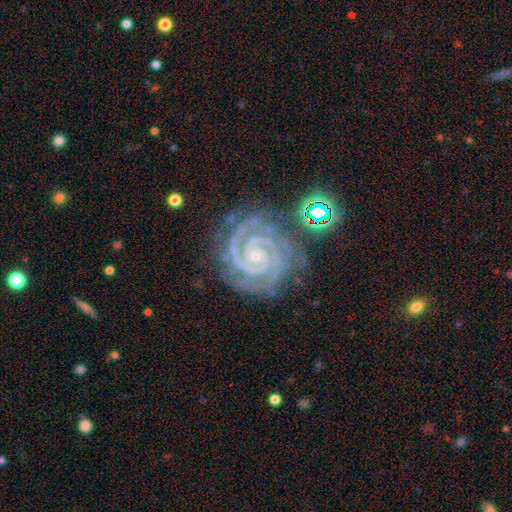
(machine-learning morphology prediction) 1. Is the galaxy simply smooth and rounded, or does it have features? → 94% featured or disk, 4% star or artifact, 2% smooth.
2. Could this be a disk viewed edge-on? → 98% no, 2% yes.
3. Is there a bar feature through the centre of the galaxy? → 68% no, 20% weak, 12% strong.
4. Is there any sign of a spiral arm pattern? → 99% yes, 1% no.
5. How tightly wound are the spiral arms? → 87% tight, 12% medium, 1% loose.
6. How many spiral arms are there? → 65% 2, 18% 3, 6% 4, 5% can't tell, 4% more than 4, 4% 1.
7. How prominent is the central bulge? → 87% small, 9% moderate, 2% none, 1% large, 1% dominant.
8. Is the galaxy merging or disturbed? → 79% none, 15% minor disturbance, 4% major disturbance, 2% merger.